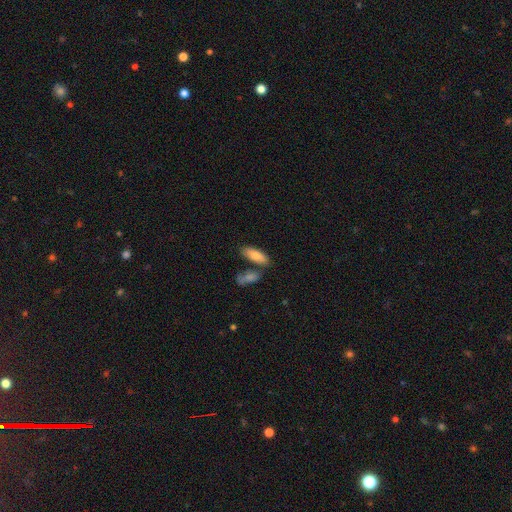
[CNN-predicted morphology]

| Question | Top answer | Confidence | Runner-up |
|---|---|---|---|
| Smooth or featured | smooth | 83% | featured or disk (11%) |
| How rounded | in between | 73% | cigar-shaped (25%) |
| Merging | none | 62% | merger (21%) |